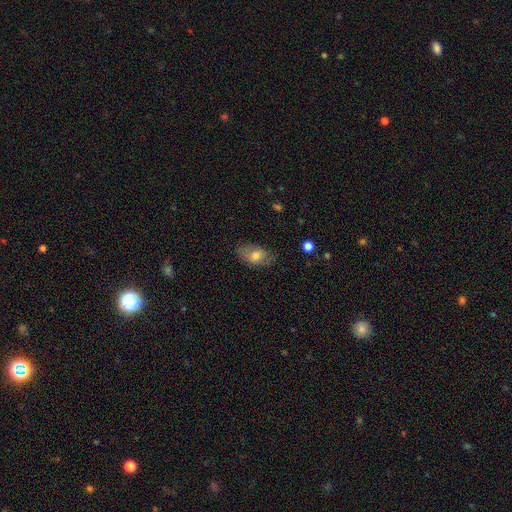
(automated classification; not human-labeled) Smooth or featured? smooth (70%)
How rounded? in between (89%)
Merging? none (73%)